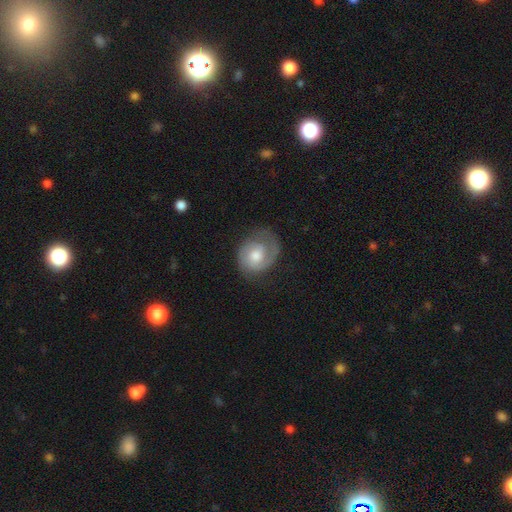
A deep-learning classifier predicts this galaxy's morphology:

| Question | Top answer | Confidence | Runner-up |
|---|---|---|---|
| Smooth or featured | featured or disk | 64% | smooth (29%) |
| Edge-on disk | no | 97% | yes (3%) |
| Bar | no | 72% | weak (25%) |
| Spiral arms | yes | 88% | no (12%) |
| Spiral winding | tight | 53% | medium (33%) |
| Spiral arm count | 1 | 41% | 2 (40%) |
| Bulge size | moderate | 64% | large (17%) |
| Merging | none | 62% | minor disturbance (22%) |